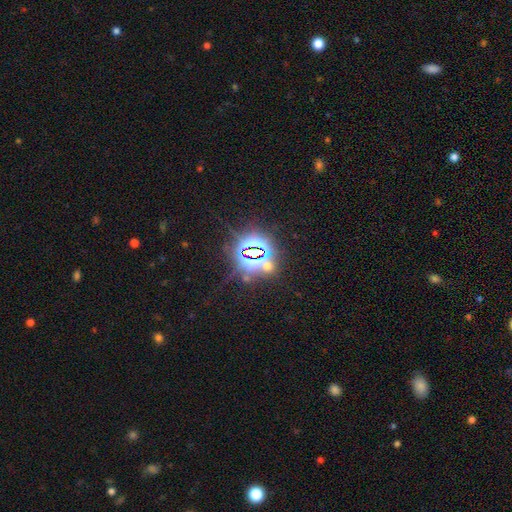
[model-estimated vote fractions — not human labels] Smooth or featured: star or artifact — 80% (smooth — 12%)